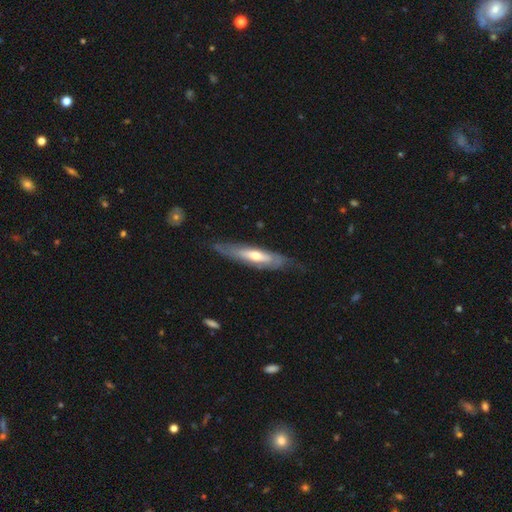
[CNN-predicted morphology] A featured or disk galaxy (60%) viewed edge-on (57%).

Vote fractions:
- Smooth or featured? featured or disk: 60% / smooth: 35% / star or artifact: 5%
- Edge-on disk? yes: 57% / no: 43%
- Merging? none: 68% / minor disturbance: 22% / major disturbance: 8% / merger: 2%